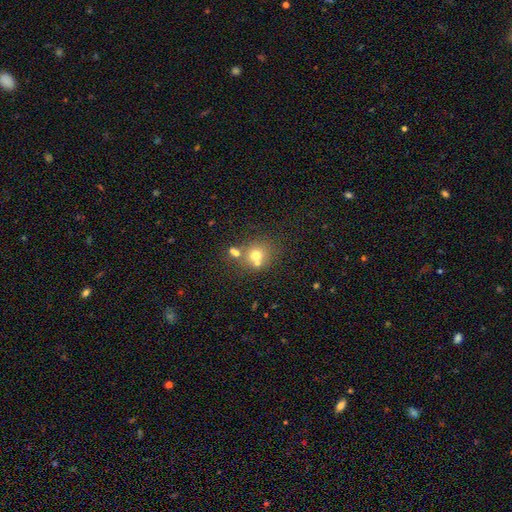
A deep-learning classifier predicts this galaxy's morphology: The model was most divided on "merging": none: 61%, merger: 26%, minor disturbance: 9%, major disturbance: 4%. More confident: how rounded — round (80%); smooth or featured — smooth (64%).